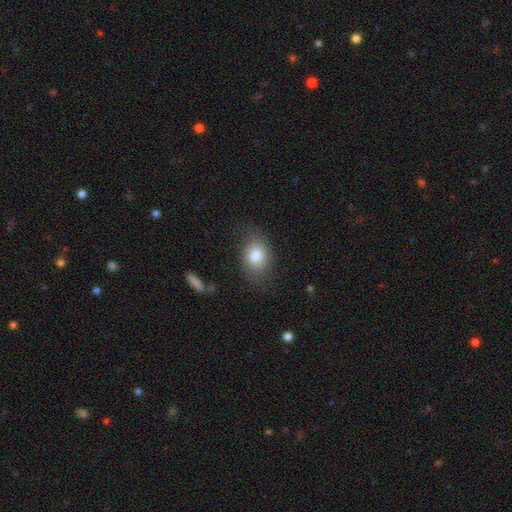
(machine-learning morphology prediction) Overall: smooth (80%). How rounded: in between (68%; round 31%). Merging: none (70%).